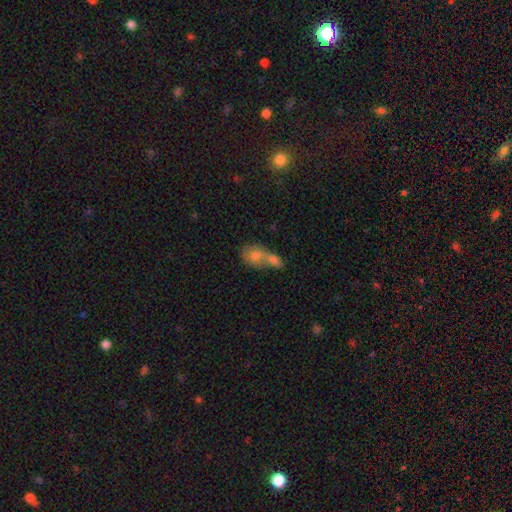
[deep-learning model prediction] Smooth or featured? smooth (66%)
How rounded? in between (61%)
Merging? merger (70%)